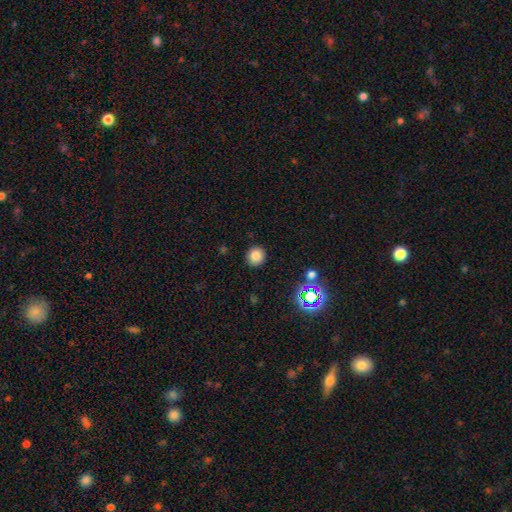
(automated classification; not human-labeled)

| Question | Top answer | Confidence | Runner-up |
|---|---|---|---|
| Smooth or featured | smooth | 81% | star or artifact (14%) |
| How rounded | round | 86% | in between (13%) |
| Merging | none | 90% | minor disturbance (7%) |